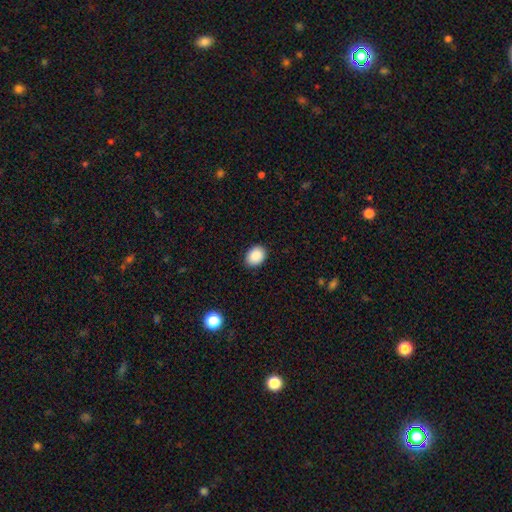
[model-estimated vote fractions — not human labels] A smooth galaxy with no disk features (89%) that is in between round and cigar-shaped (64%).

Vote fractions:
- Smooth or featured? smooth: 89% / star or artifact: 8% / featured or disk: 3%
- How rounded? in between: 64% / round: 35% / cigar-shaped: 1%
- Merging? none: 88% / minor disturbance: 9% / major disturbance: 2% / merger: 1%